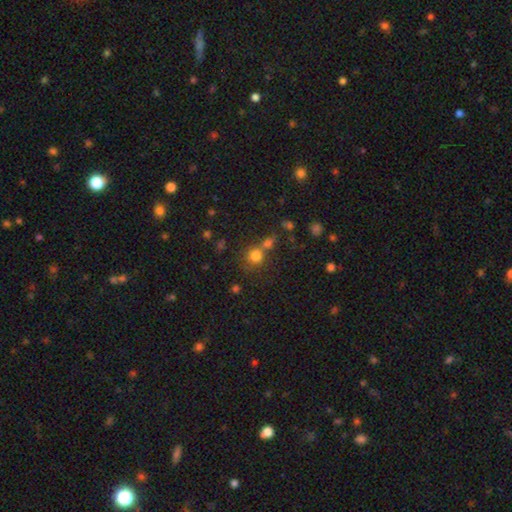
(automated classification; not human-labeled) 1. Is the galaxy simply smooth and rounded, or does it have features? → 77% smooth, 15% star or artifact, 8% featured or disk.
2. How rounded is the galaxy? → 87% round, 11% in between, 1% cigar-shaped.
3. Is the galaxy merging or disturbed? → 51% none, 35% merger, 9% minor disturbance, 5% major disturbance.